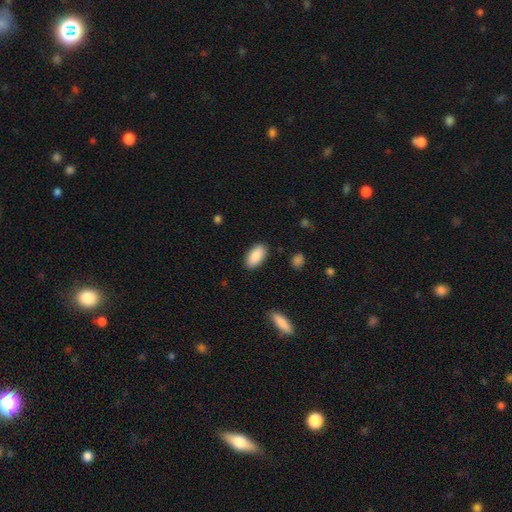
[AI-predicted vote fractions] smooth_or_featured: smooth (p=0.88) [alt: star or artifact p=0.06]
how_rounded: in between (p=0.93) [alt: cigar-shaped p=0.04]
merging: none (p=0.88) [alt: minor disturbance p=0.09]